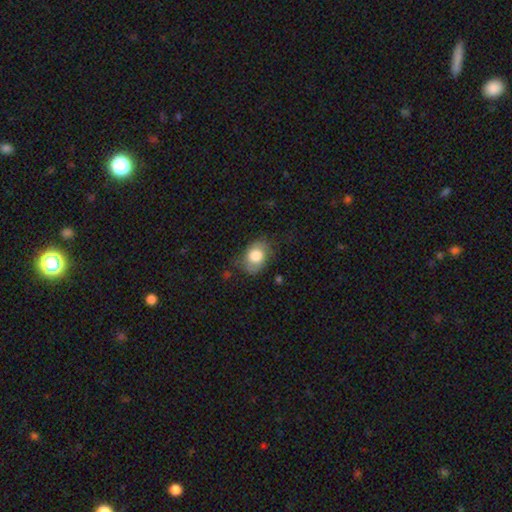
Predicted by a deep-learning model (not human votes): A smooth galaxy with no disk features (75%) that is in between round and cigar-shaped (72%). Merging: none (66%).